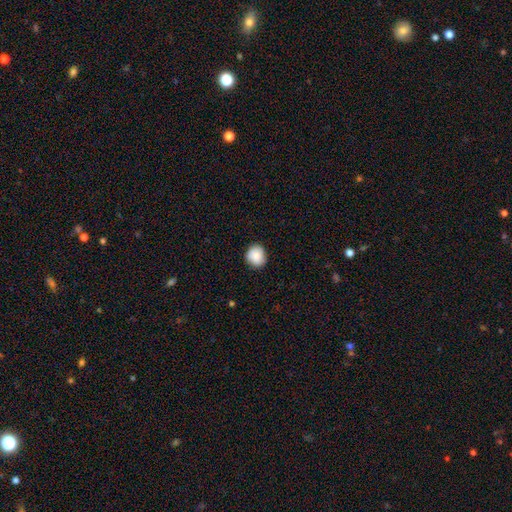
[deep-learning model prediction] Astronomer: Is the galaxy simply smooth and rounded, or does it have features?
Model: smooth — 88%.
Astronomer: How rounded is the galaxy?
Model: round — 81%.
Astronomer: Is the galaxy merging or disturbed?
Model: none — 86%.